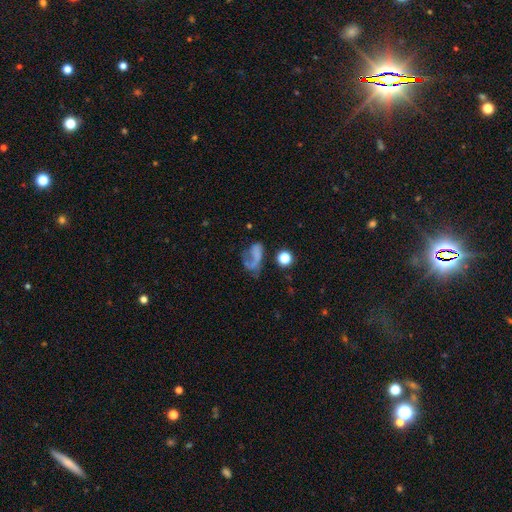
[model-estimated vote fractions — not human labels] A featured or disk galaxy (42%).

Vote fractions:
- Smooth or featured? featured or disk: 42% / smooth: 41% / star or artifact: 18%
- Merging? major disturbance: 43% / none: 29% / minor disturbance: 17% / merger: 11%